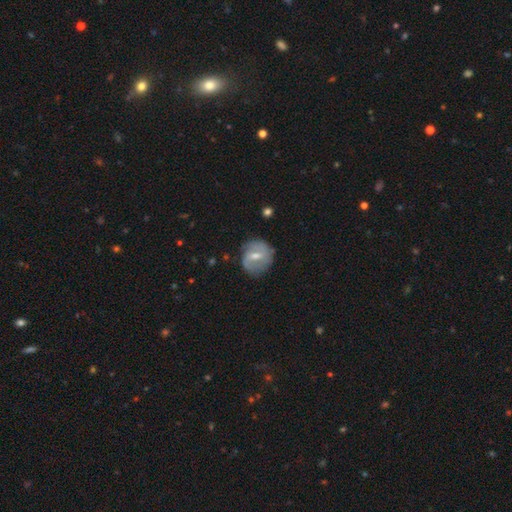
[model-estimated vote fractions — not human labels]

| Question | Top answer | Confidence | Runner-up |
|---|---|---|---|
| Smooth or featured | featured or disk | 57% | smooth (37%) |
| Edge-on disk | no | 96% | yes (4%) |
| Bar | weak | 56% | strong (24%) |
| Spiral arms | yes | 69% | no (31%) |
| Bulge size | moderate | 58% | small (33%) |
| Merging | none | 68% | minor disturbance (22%) |